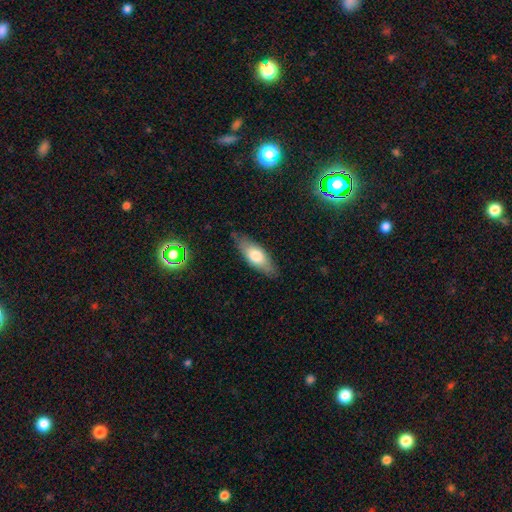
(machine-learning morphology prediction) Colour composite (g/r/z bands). It shows a smooth galaxy with no disk features (67%) that is in between round and cigar-shaped (68%). Merging: none (80%).